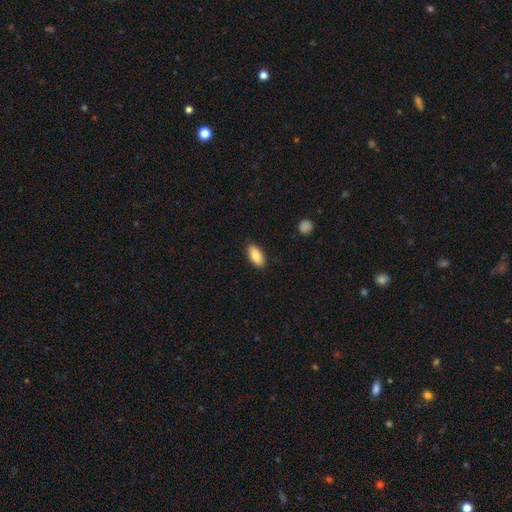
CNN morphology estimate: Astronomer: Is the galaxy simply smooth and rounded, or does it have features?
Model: smooth — 87%.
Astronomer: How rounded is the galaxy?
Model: in between — 89%.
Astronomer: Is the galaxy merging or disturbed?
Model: none — 85%.